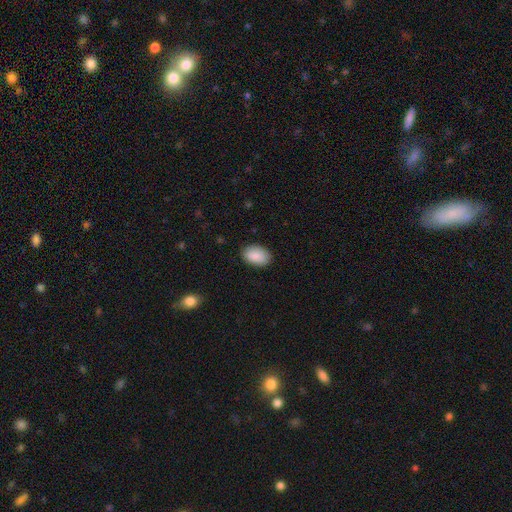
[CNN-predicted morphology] A smooth galaxy with no disk features (88%) that is in between round and cigar-shaped (90%).

Vote fractions:
- Smooth or featured? smooth: 88% / star or artifact: 6% / featured or disk: 6%
- How rounded? in between: 90% / round: 9% / cigar-shaped: 1%
- Merging? none: 85% / minor disturbance: 11% / major disturbance: 2% / merger: 1%